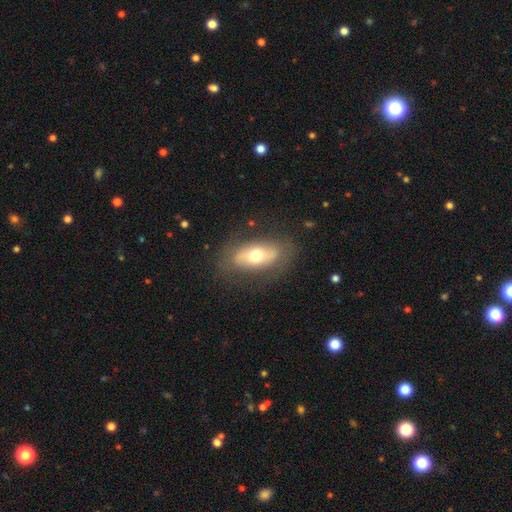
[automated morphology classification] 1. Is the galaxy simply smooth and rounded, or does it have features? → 52% smooth, 41% featured or disk, 7% star or artifact.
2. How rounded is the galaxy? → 86% in between, 8% cigar-shaped, 6% round.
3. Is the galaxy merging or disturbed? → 78% none, 14% minor disturbance, 7% major disturbance, 1% merger.